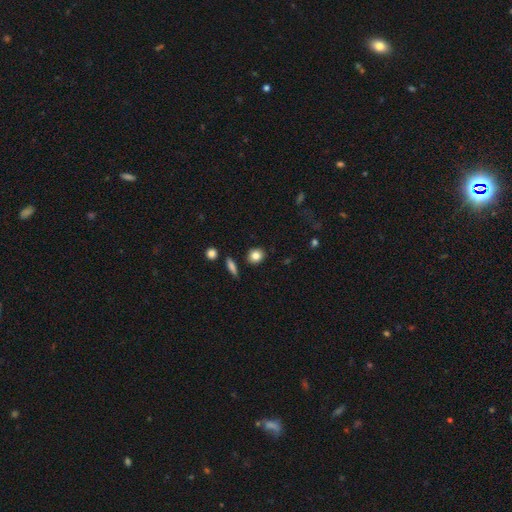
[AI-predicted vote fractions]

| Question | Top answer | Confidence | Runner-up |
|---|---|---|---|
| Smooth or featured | smooth | 83% | star or artifact (9%) |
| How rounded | round | 73% | in between (25%) |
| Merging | none | 87% | minor disturbance (8%) |